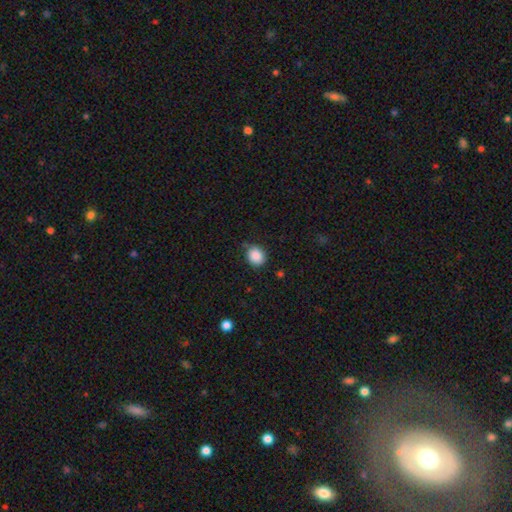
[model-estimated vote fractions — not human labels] smooth 88%, star or artifact 9%, featured or disk 3%. Down the decision tree: how rounded — round (65%); merging — none (78%).